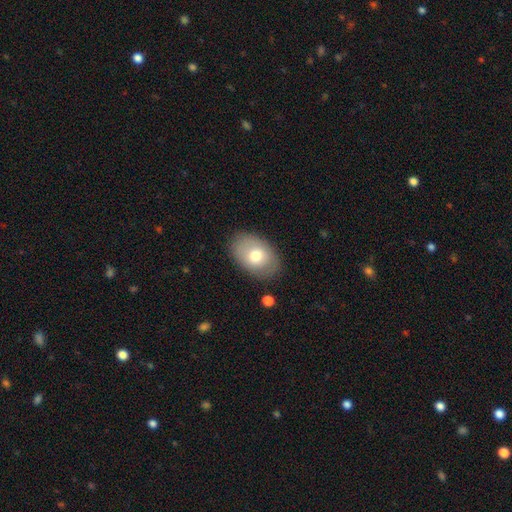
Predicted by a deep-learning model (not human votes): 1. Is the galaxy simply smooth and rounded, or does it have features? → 73% smooth, 20% featured or disk, 7% star or artifact.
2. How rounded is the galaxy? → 85% in between, 14% round, 1% cigar-shaped.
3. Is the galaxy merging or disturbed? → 82% none, 12% minor disturbance, 4% major disturbance, 2% merger.